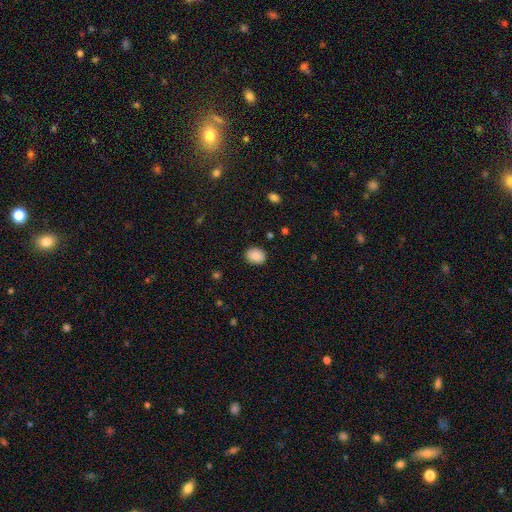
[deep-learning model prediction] Overall: smooth (87%). How rounded: round (50%; in between 49%). Merging: none (88%).